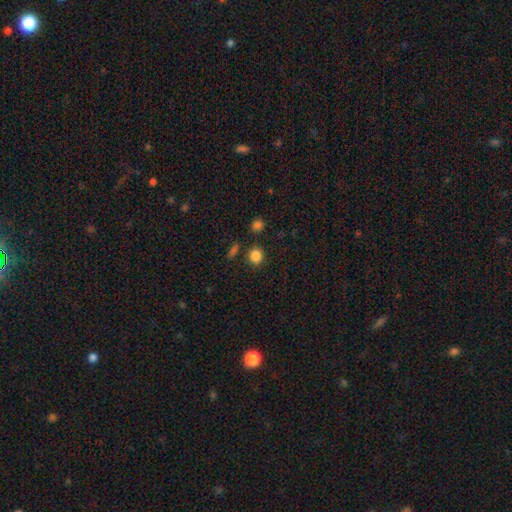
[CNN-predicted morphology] Smooth or featured: smooth — 84% (star or artifact — 12%)
How rounded: round — 83% (in between — 16%)
Merging: none — 85% (minor disturbance — 8%)